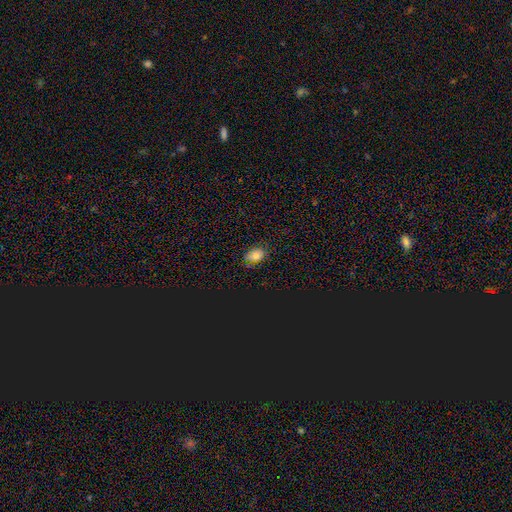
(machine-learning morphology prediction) smooth_or_featured: smooth (p=0.66) [alt: star or artifact p=0.25]
how_rounded: in between (p=0.74) [alt: round p=0.24]
merging: none (p=0.76) [alt: minor disturbance p=0.18]